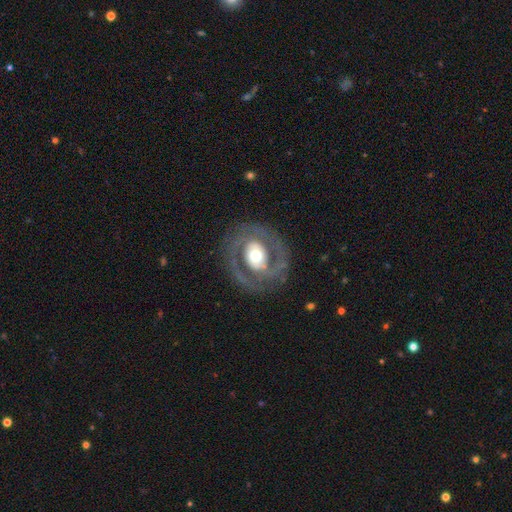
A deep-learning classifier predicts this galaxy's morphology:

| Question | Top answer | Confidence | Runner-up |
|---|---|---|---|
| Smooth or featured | featured or disk | 77% | smooth (18%) |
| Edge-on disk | no | 97% | yes (3%) |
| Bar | no | 58% | weak (26%) |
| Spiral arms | yes | 69% | no (31%) |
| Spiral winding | tight | 43% | medium (41%) |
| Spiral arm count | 2 | 79% | can't tell (9%) |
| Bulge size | moderate | 56% | large (32%) |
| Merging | none | 78% | minor disturbance (12%) |